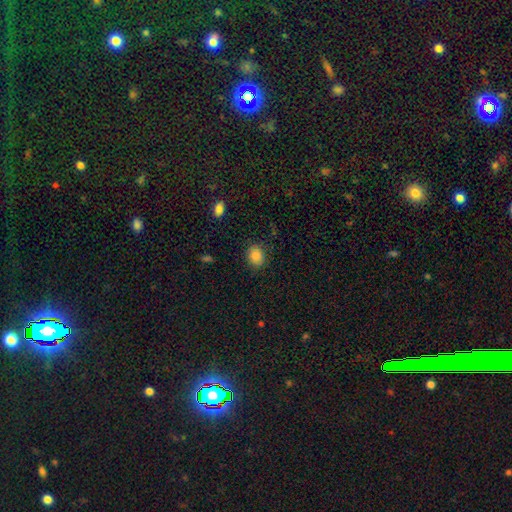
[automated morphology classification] type=smooth (85%); roundness=round (60%); merging=none (85%).